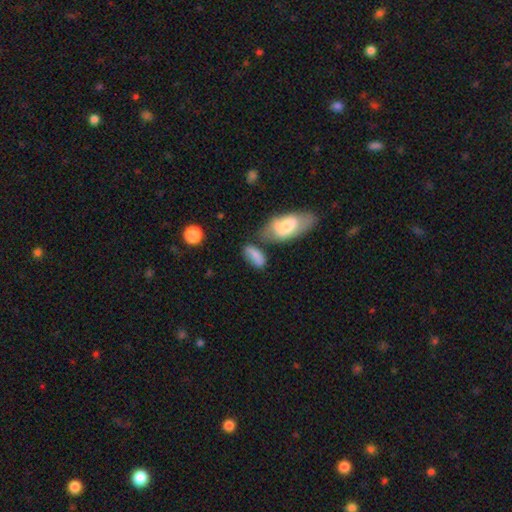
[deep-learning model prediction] smooth_or_featured: smooth (p=0.75) [alt: featured or disk p=0.16]
how_rounded: in between (p=0.85) [alt: cigar-shaped p=0.10]
merging: none (p=0.45) [alt: minor disturbance p=0.23]